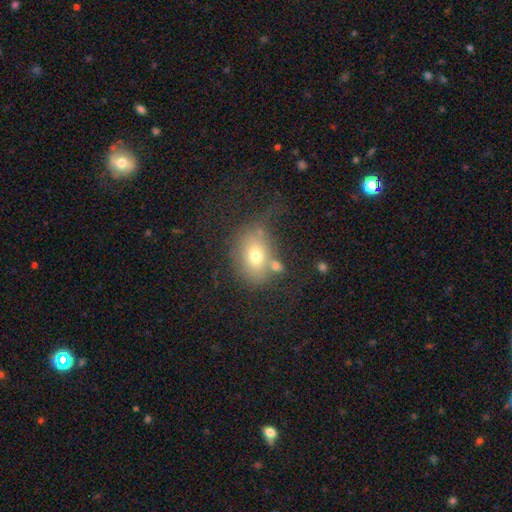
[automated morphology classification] Q: Smooth or featured?
A: smooth (67%); runner-up: featured or disk (21%)
Q: How rounded?
A: in between (61%); runner-up: round (38%)
Q: Merging?
A: none (48%); runner-up: minor disturbance (21%)